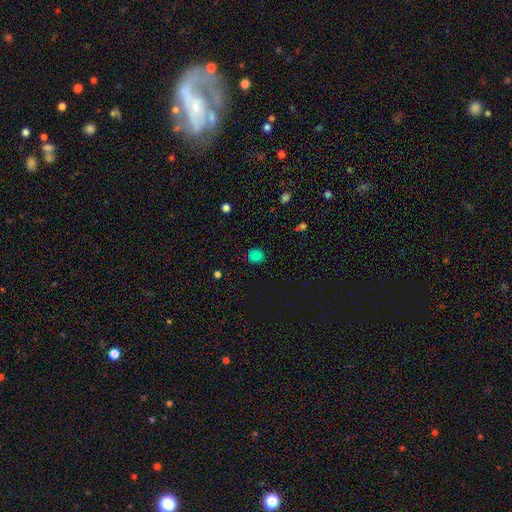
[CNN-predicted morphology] type=smooth (81%); roundness=round (70%); merging=none (87%).